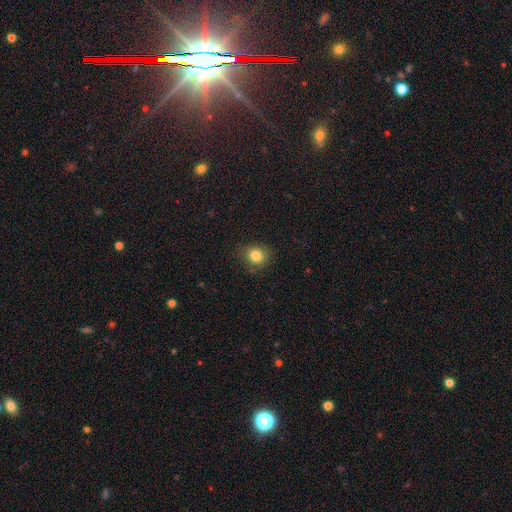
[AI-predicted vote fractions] A smooth galaxy with no disk features (83%) that is round (75%).

Vote fractions:
- Smooth or featured? smooth: 83% / star or artifact: 11% / featured or disk: 6%
- How rounded? round: 75% / in between: 24% / cigar-shaped: 1%
- Merging? none: 83% / minor disturbance: 13% / major disturbance: 3% / merger: 1%